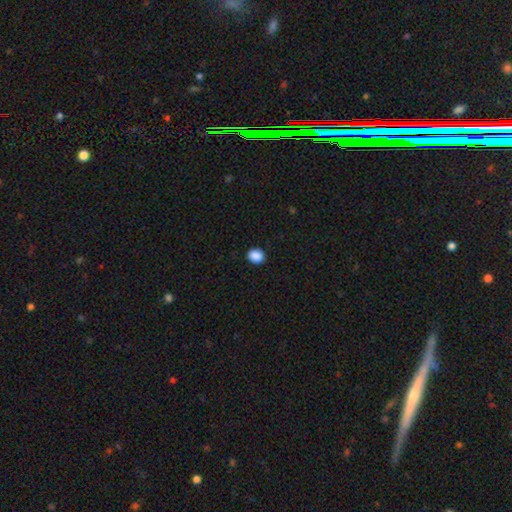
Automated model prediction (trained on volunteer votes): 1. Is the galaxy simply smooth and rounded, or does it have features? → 89% smooth, 8% star or artifact, 2% featured or disk.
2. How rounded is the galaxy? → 60% round, 39% in between, 1% cigar-shaped.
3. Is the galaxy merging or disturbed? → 91% none, 6% minor disturbance, 2% major disturbance, 1% merger.